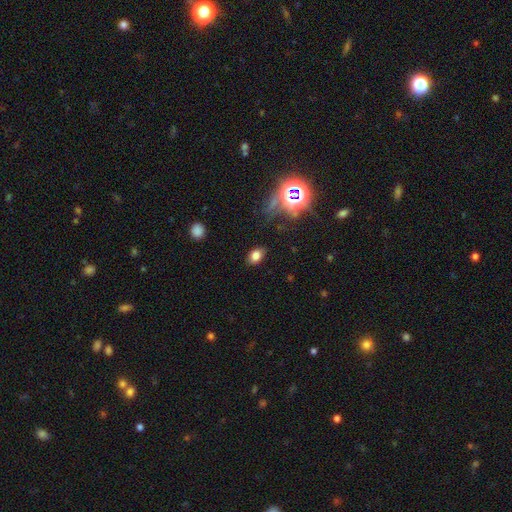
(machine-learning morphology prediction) type=smooth (76%); roundness=in between (81%); merging=none (84%).